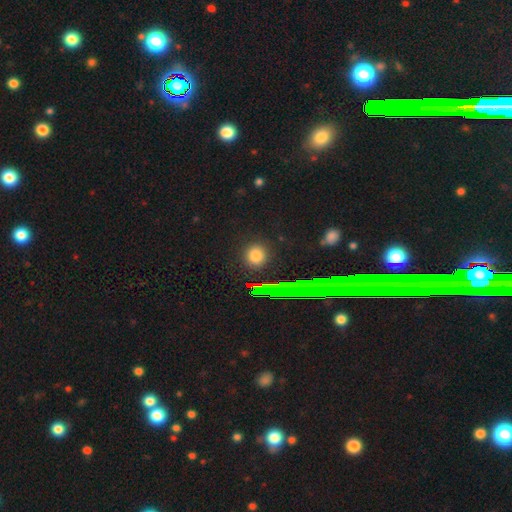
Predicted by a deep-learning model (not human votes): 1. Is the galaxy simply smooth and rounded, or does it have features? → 73% smooth, 20% star or artifact, 7% featured or disk.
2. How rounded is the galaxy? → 84% round, 14% in between, 2% cigar-shaped.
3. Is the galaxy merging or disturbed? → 90% none, 6% minor disturbance, 2% major disturbance, 2% merger.